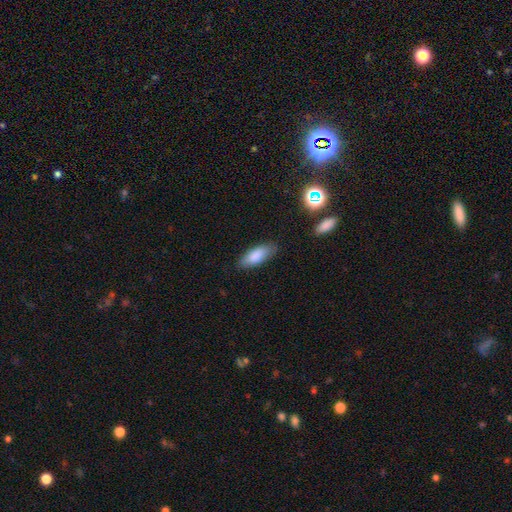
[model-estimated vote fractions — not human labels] A smooth galaxy with no disk features (85%) that is in between round and cigar-shaped (75%).

Vote fractions:
- Smooth or featured? smooth: 85% / featured or disk: 9% / star or artifact: 7%
- How rounded? in between: 75% / cigar-shaped: 23% / round: 2%
- Merging? none: 80% / minor disturbance: 15% / major disturbance: 3% / merger: 1%